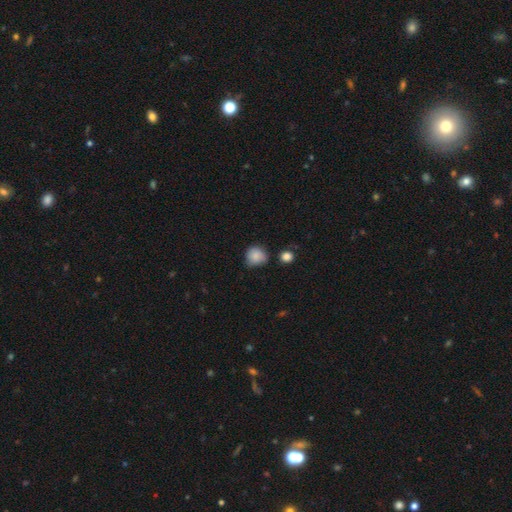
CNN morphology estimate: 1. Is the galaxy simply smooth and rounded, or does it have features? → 84% smooth, 9% star or artifact, 7% featured or disk.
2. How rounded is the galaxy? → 85% round, 15% in between, 1% cigar-shaped.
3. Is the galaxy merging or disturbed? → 63% none, 28% minor disturbance, 5% major disturbance, 4% merger.